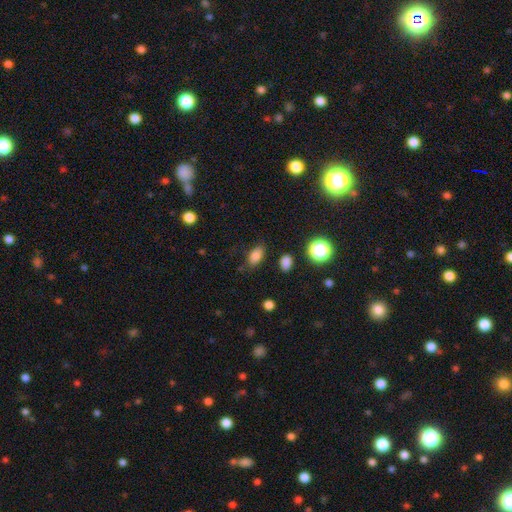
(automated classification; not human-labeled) smooth-or-featured: smooth: 83% | star or artifact: 12% | featured or disk: 6%
  how-rounded: in between: 87% | round: 9% | cigar-shaped: 3%
  merging: none: 80% | minor disturbance: 13% | major disturbance: 4% | merger: 3%